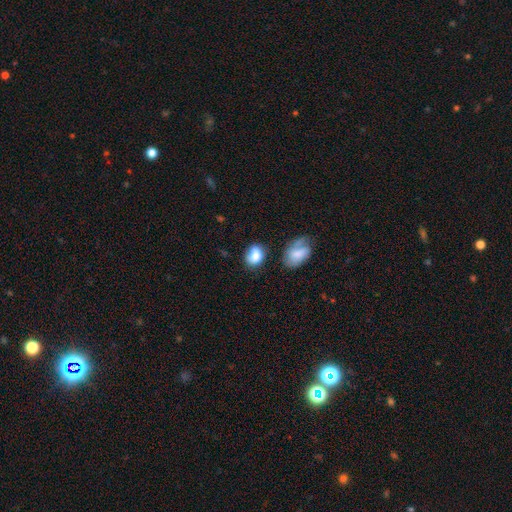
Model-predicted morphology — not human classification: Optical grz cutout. It shows a smooth galaxy with no disk features (79%) that is in between round and cigar-shaped (65%). Merging: none (52%).